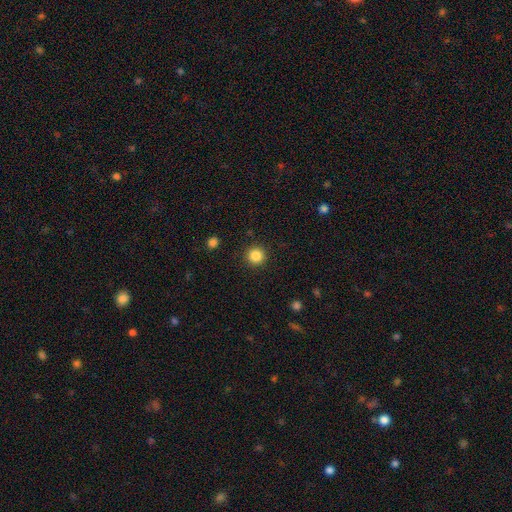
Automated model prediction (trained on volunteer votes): Morphology: type=smooth (85%); roundness=round (95%); merging=none (92%).